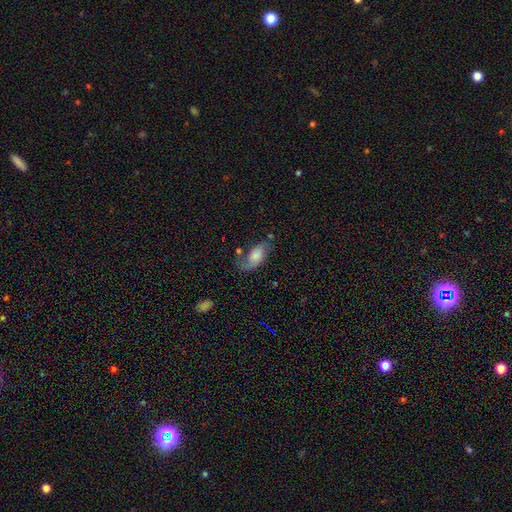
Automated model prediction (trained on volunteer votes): A featured or disk galaxy (50%). Merging: none (47%).